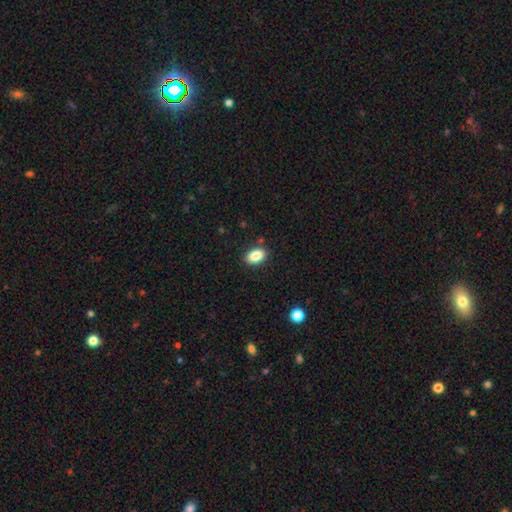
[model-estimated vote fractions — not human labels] Smooth or featured: smooth — 87% (star or artifact — 8%)
How rounded: in between — 86% (round — 12%)
Merging: none — 87% (minor disturbance — 9%)